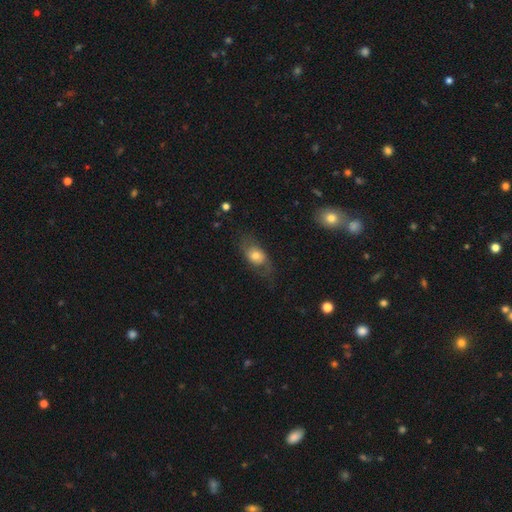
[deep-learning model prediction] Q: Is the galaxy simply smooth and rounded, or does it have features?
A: smooth — 56%.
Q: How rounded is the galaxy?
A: in between — 73%.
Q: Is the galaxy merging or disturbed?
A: none — 57%.